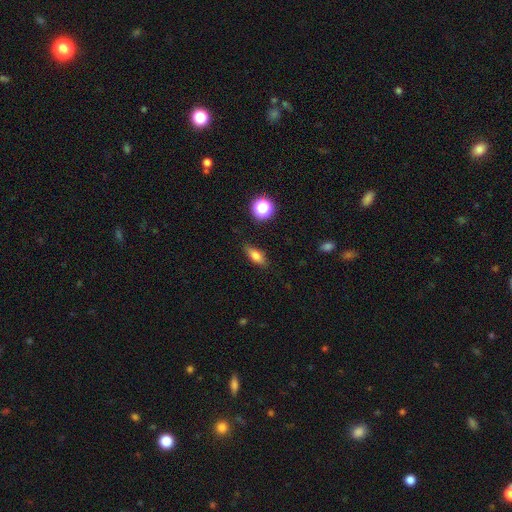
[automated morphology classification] type=smooth (75%); roundness=in between (67%); merging=none (85%).